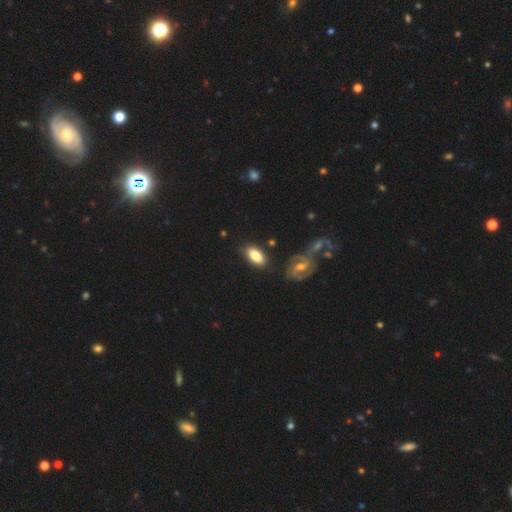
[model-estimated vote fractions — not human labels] Smooth or featured? Predicted: smooth (p=0.78). How rounded? Predicted: in between (p=0.90). Merging? Predicted: none (p=0.78).